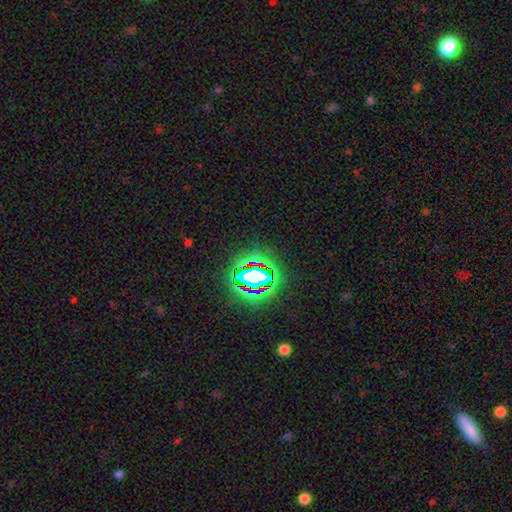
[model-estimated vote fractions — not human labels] This appears to be a star or artifact, not a galaxy (79%).